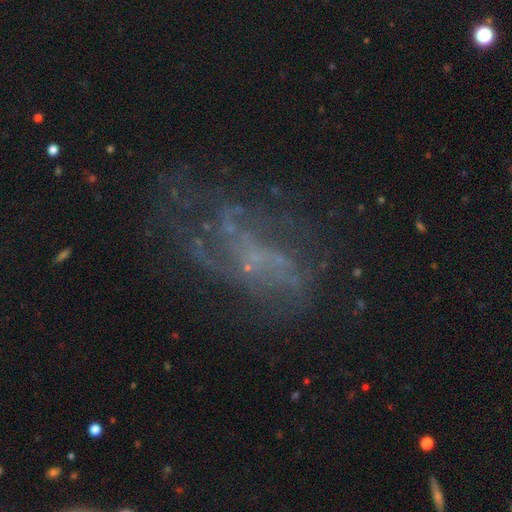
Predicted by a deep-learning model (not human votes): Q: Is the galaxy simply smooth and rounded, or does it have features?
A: featured or disk — 62%.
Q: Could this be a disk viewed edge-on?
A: no — 95%.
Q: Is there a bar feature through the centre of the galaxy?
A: no — 72%.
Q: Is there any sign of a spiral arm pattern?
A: yes — 52%.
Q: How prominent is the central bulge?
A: none — 68%.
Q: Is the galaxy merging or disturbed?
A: none — 47%.